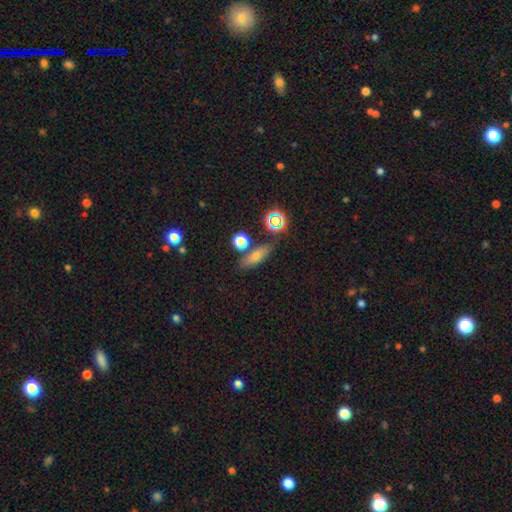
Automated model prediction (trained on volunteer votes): Morphology: type=smooth (68%); roundness=in between (53%); merging=none (74%).